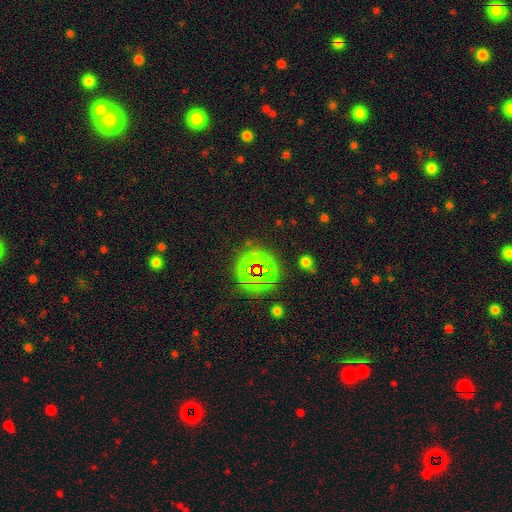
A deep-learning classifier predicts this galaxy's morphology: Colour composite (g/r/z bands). It shows a star or artifact, not a galaxy (75%).